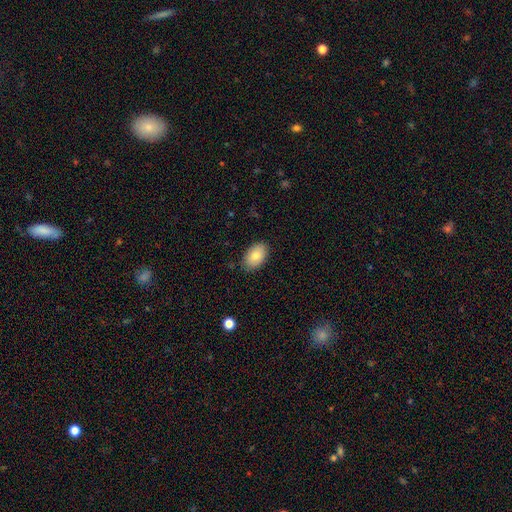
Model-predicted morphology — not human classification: Smooth or featured: smooth — 82% (featured or disk — 11%)
How rounded: in between — 91% (round — 7%)
Merging: none — 85% (minor disturbance — 11%)